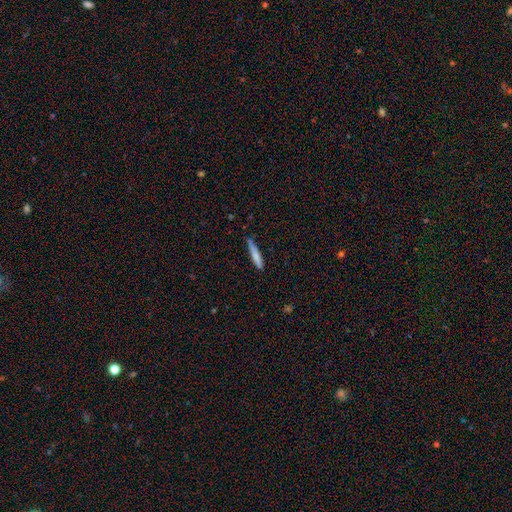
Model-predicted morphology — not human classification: This is likely a smooth galaxy (76%). How rounded: clearly cigar-shaped (91%). Merging: likely none (72%).